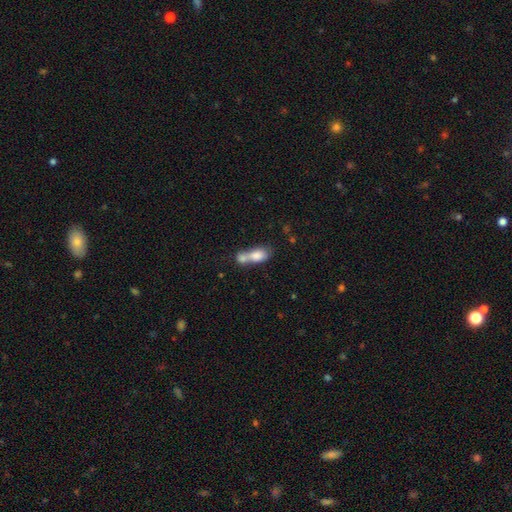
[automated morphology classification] This is likely a smooth galaxy (75%). How rounded: likely in between (75%). Merging: likely merger (71%).